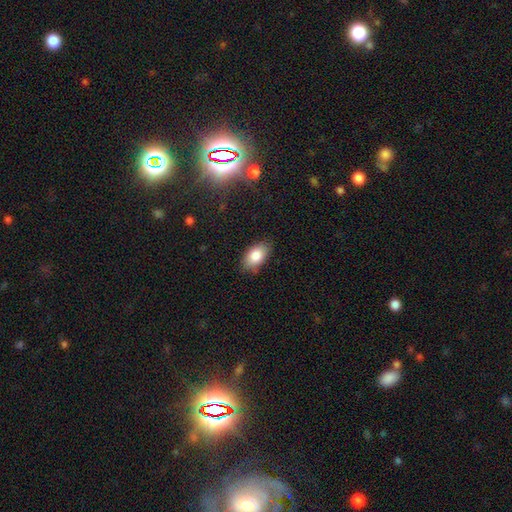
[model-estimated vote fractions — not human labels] A smooth galaxy with no disk features (84%) that is in between round and cigar-shaped (92%). Merging: none (82%).